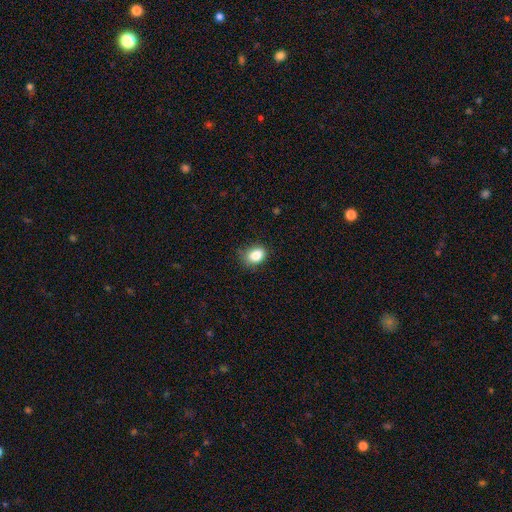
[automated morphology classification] Smooth or featured? smooth (86%)
How rounded? in between (64%)
Merging? none (73%)